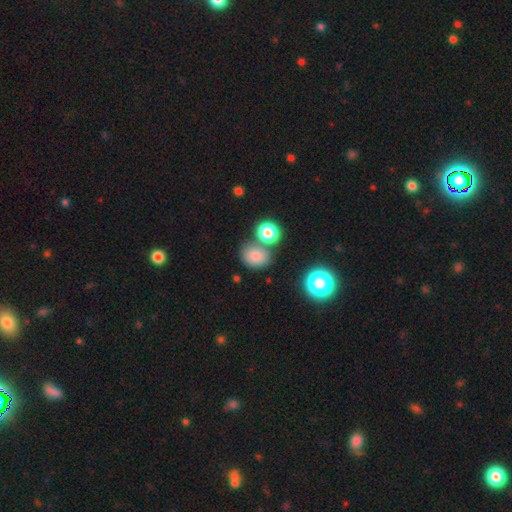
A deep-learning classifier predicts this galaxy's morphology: This appears to be a smooth galaxy with no disk features (78%) that is round (53%). Merging: none (59%).